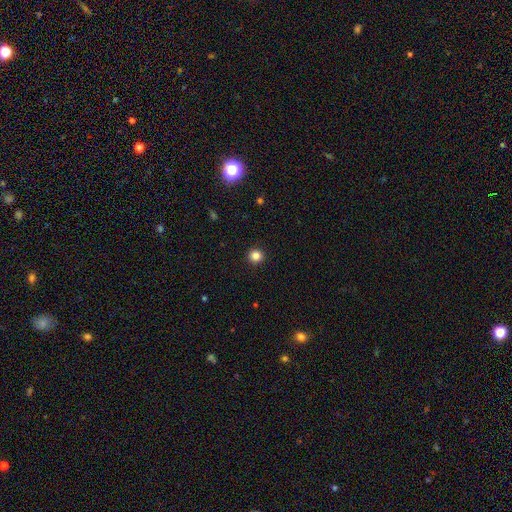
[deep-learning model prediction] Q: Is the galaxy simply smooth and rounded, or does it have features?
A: smooth — 84%.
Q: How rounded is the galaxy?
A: round — 94%.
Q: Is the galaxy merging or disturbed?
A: none — 93%.